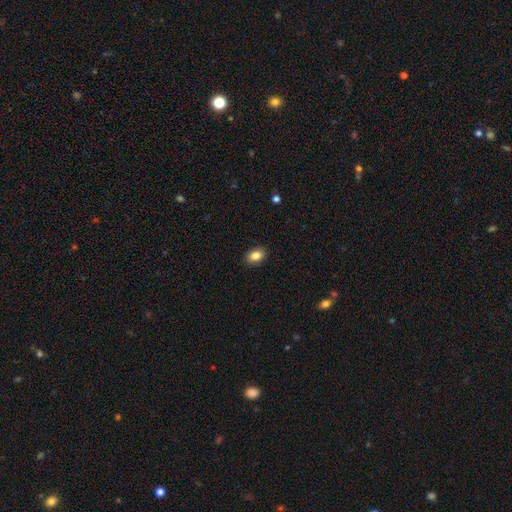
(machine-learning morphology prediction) Smooth or featured?
  - smooth: 85% *
  - star or artifact: 8%
  - featured or disk: 7%
How rounded?
  - in between: 83% *
  - round: 15%
  - cigar-shaped: 1%
Merging?
  - none: 89% *
  - minor disturbance: 8%
  - major disturbance: 2%
  - merger: 1%